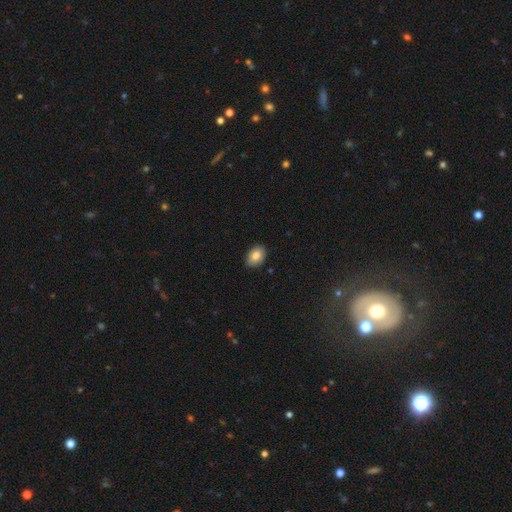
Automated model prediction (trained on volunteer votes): Q: Smooth or featured?
A: smooth (84%); runner-up: featured or disk (8%)
Q: How rounded?
A: in between (80%); runner-up: round (19%)
Q: Merging?
A: none (88%); runner-up: minor disturbance (9%)